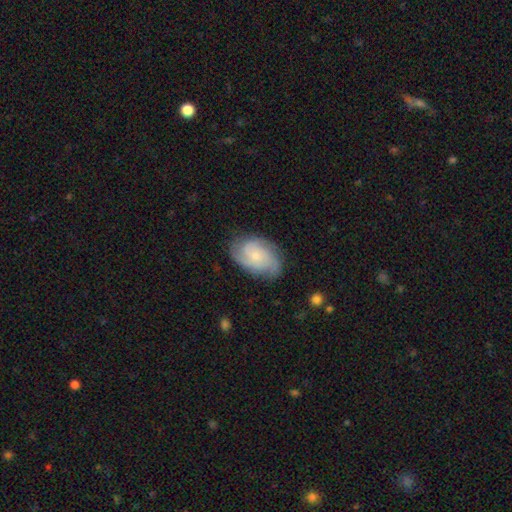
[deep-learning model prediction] smooth_or_featured: featured or disk (p=0.72) [alt: smooth p=0.22]
disk_edge_on: no (p=0.97) [alt: yes p=0.03]
bar: no (p=0.74) [alt: weak p=0.23]
has_spiral_arms: yes (p=0.95) [alt: no p=0.05]
spiral_winding: tight (p=0.47) [alt: medium p=0.41]
spiral_arm_count: 3 (p=0.39) [alt: 2 p=0.23]
bulge_size: small (p=0.69) [alt: moderate p=0.23]
merging: none (p=0.75) [alt: minor disturbance p=0.18]